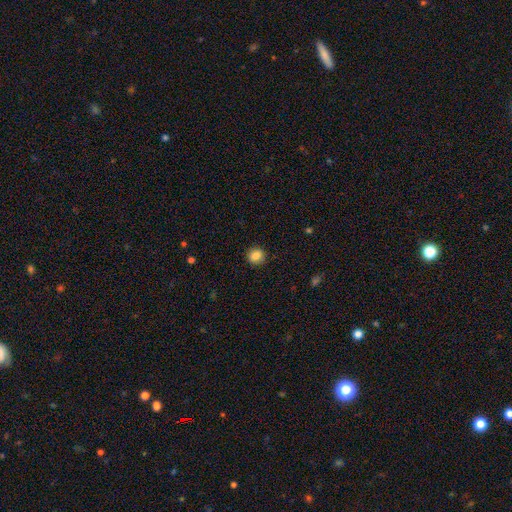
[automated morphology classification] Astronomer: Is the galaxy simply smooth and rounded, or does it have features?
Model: smooth — 86%.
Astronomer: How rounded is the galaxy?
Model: round — 87%.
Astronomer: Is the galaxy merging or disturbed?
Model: none — 91%.